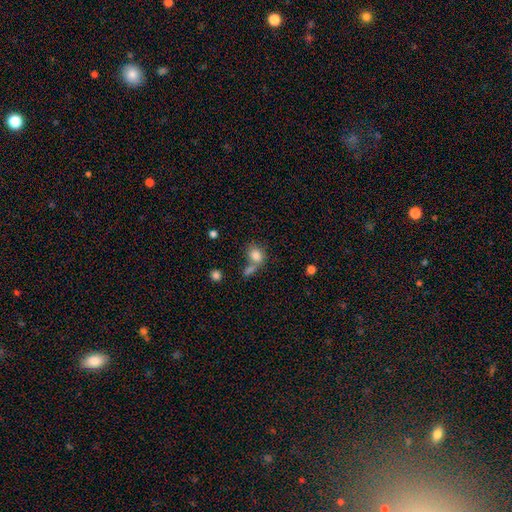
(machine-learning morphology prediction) The model was most divided on "merging" (2-way tie): none: 40%, merger: 40%, minor disturbance: 13%, major disturbance: 7%. More confident: smooth or featured — smooth (82%); how rounded — in between (62%).